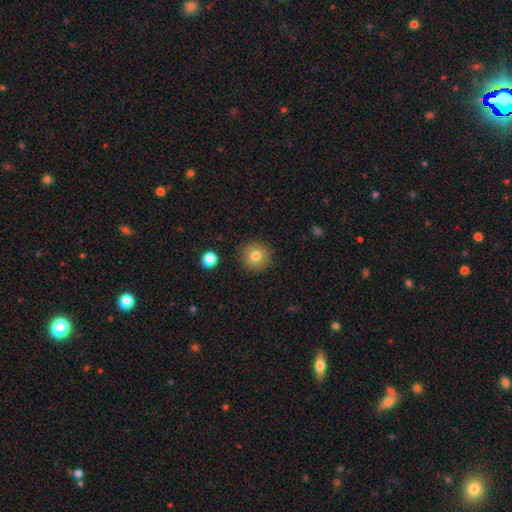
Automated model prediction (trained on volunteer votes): A smooth galaxy with no disk features (79%) that is round (94%). Merging: none (89%).